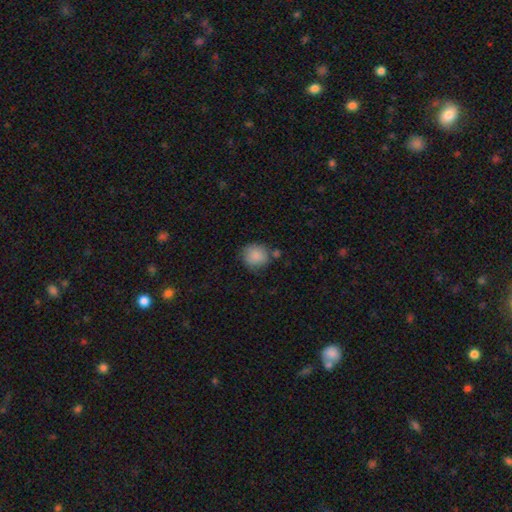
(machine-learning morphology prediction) This is clearly a smooth galaxy (87%). How rounded: clearly round (88%). Merging: likely none (70%).